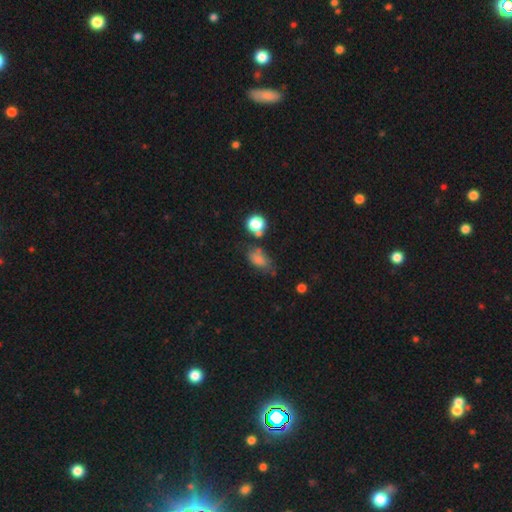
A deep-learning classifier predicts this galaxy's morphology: This appears to be a smooth galaxy with no disk features (61%) that is in between round and cigar-shaped (75%). Merging: none (57%).